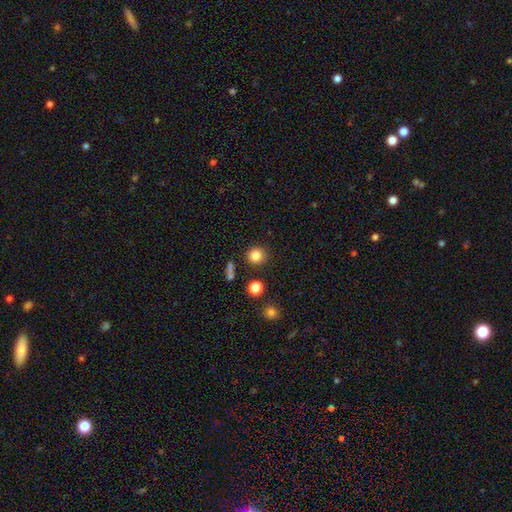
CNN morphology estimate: This is clearly a smooth galaxy (84%). How rounded: clearly round (92%). Merging: clearly none (87%).